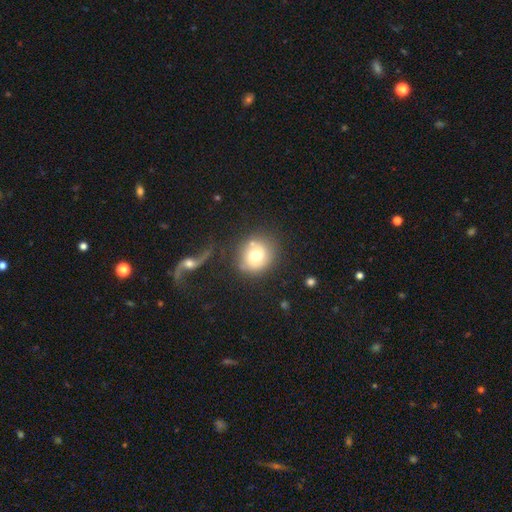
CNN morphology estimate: smooth-or-featured: smooth: 61% | featured or disk: 30% | star or artifact: 9%
  how-rounded: round: 82% | in between: 17% | cigar-shaped: 1%
  merging: none: 64% | minor disturbance: 17% | merger: 11% | major disturbance: 8%